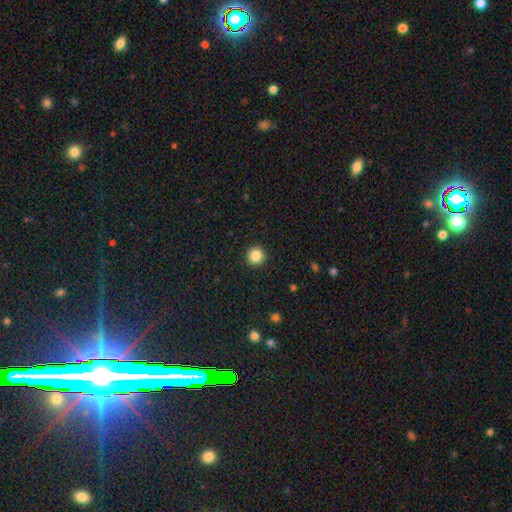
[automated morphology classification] smooth_or_featured: smooth (p=0.85) [alt: star or artifact p=0.10]
how_rounded: round (p=0.96) [alt: in between p=0.03]
merging: none (p=0.93) [alt: minor disturbance p=0.04]